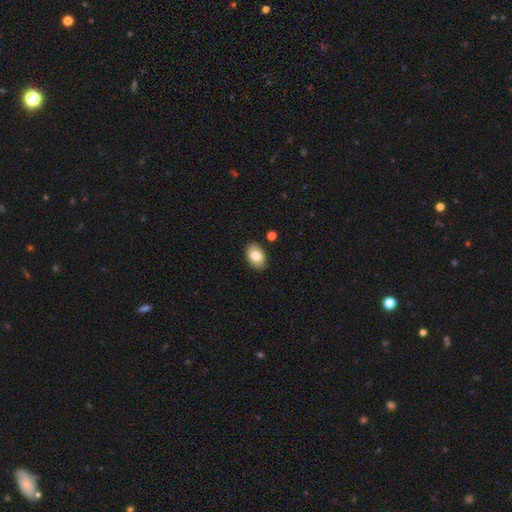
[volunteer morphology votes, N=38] smooth-or-featured: smooth: 87% | featured or disk: 11% | star or artifact: 3%
  how-rounded: in between: 94% | round: 6% | cigar-shaped: 0%
  merging: none: 97% | minor disturbance: 3% | major disturbance: 0% | merger: 0%